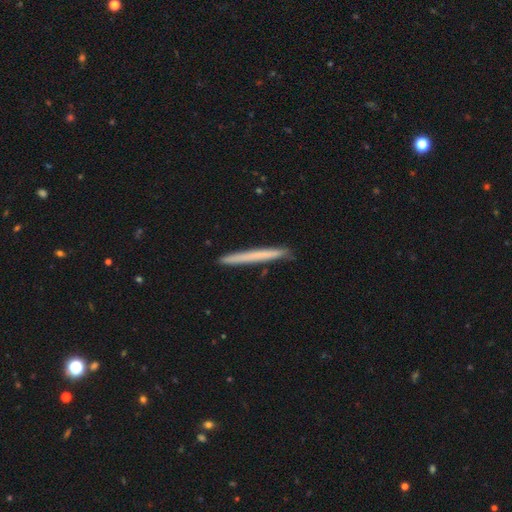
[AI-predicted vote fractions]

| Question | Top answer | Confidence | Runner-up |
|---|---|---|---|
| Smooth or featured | smooth | 61% | featured or disk (33%) |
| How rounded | cigar-shaped | 97% | in between (1%) |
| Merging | none | 91% | minor disturbance (7%) |